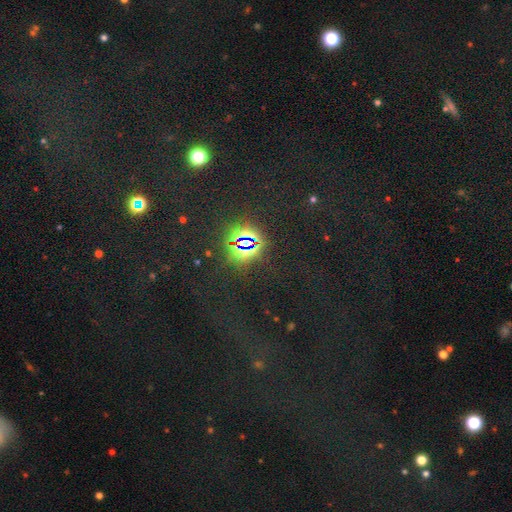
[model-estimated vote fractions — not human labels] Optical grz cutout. It shows a star or artifact, not a galaxy (61%).